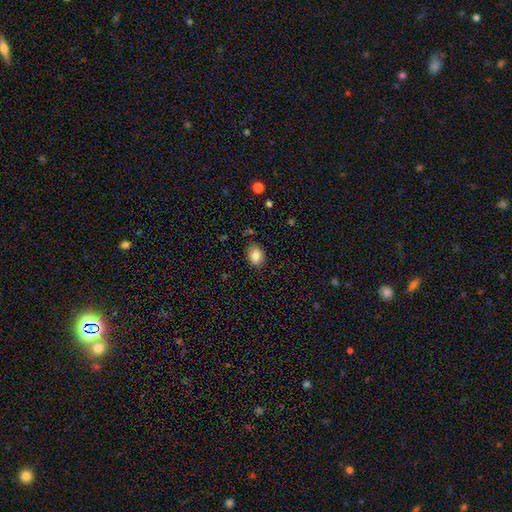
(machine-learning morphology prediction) The model was most divided on "how rounded": in between: 69%, round: 30%, cigar-shaped: 1%. More confident: smooth or featured — smooth (83%); merging — none (79%).